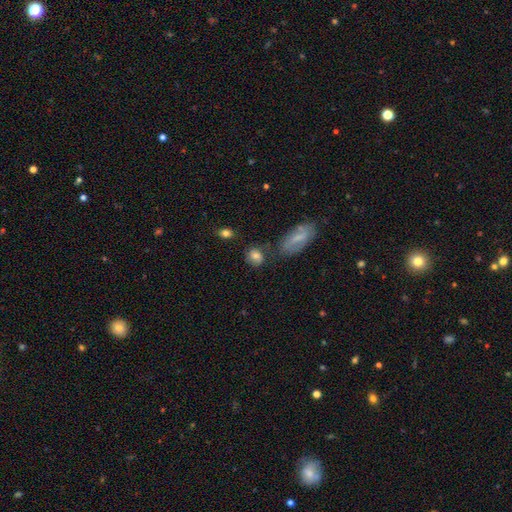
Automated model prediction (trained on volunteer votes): This is likely a smooth galaxy (79%). How rounded: possibly in between (49%). Merging: likely none (66%).